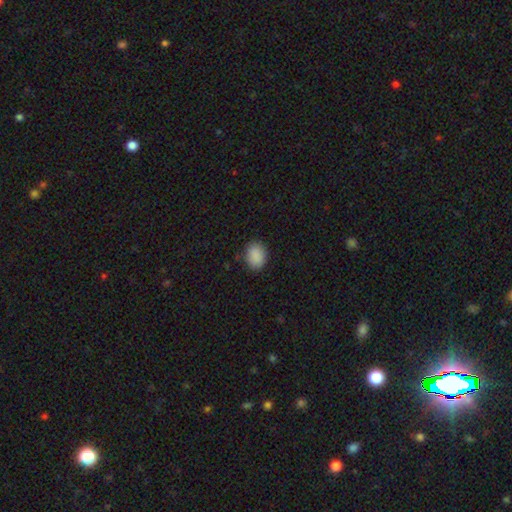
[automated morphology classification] smooth 89%, star or artifact 8%, featured or disk 3%. Down the decision tree: how rounded — in between (66%); merging — none (85%).